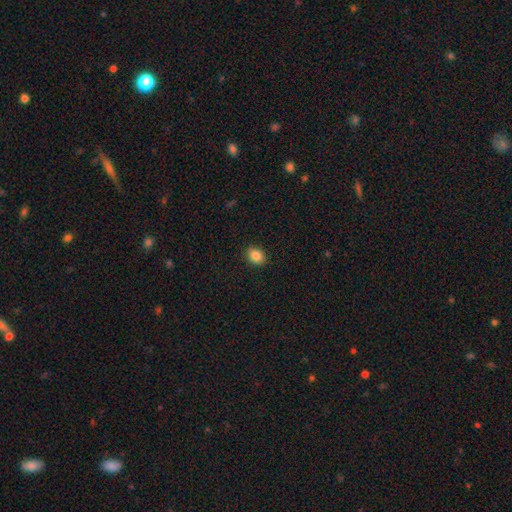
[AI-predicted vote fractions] Morphology: type=smooth (86%); roundness=in between (65%); merging=none (89%).